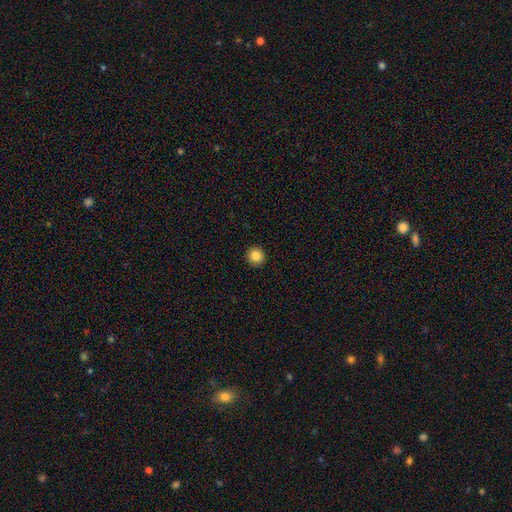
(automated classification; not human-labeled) A smooth galaxy with no disk features (86%) that is round (94%).

Vote fractions:
- Smooth or featured? smooth: 86% / star or artifact: 10% / featured or disk: 4%
- How rounded? round: 94% / in between: 5% / cigar-shaped: 1%
- Merging? none: 93% / minor disturbance: 5% / major disturbance: 2% / merger: 1%